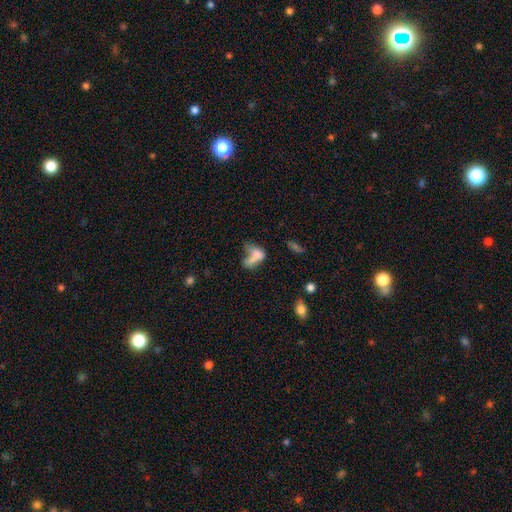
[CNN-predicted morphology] smooth 63%, featured or disk 25%, star or artifact 12%. Down the decision tree: how rounded — in between (76%); merging — merger (47%).